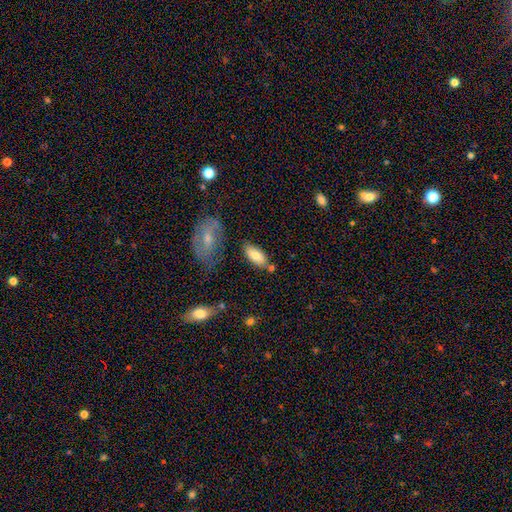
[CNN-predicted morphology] Smooth or featured?
  - smooth: 80% *
  - featured or disk: 14%
  - star or artifact: 7%
How rounded?
  - in between: 86% *
  - cigar-shaped: 11%
  - round: 2%
Merging?
  - none: 71% *
  - minor disturbance: 16%
  - merger: 9%
  - major disturbance: 4%